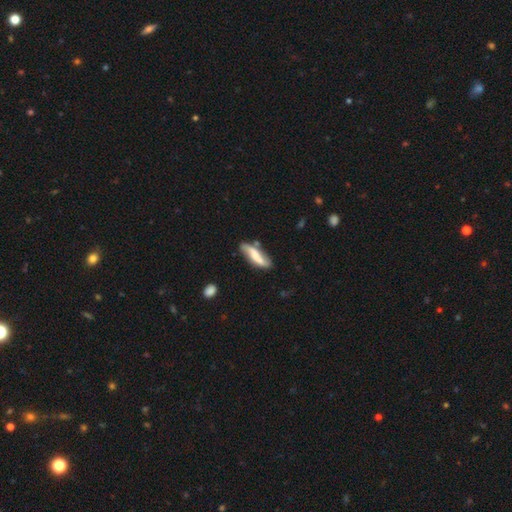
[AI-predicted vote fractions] This is possibly a featured or disk galaxy (49%). Merging: likely none (65%).